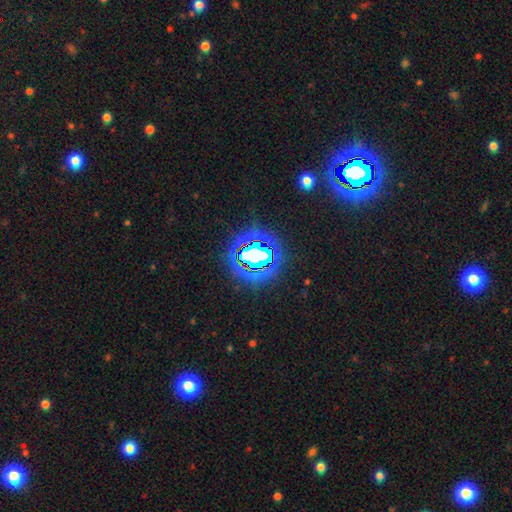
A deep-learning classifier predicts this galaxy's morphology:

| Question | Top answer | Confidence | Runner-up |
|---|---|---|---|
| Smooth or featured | star or artifact | 75% | smooth (14%) |